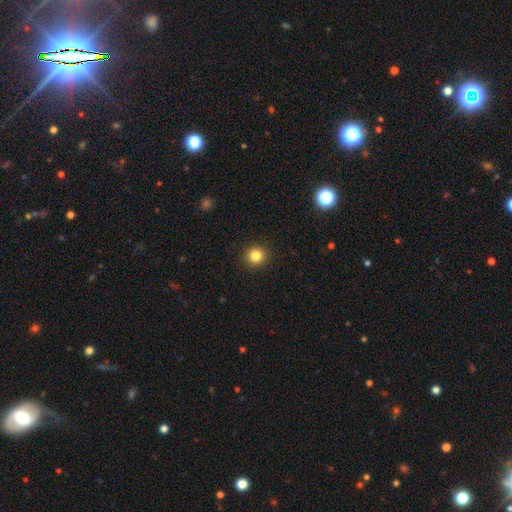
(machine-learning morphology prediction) Smooth or featured: smooth — 84% (star or artifact — 11%)
How rounded: round — 93% (in between — 6%)
Merging: none — 92% (minor disturbance — 5%)